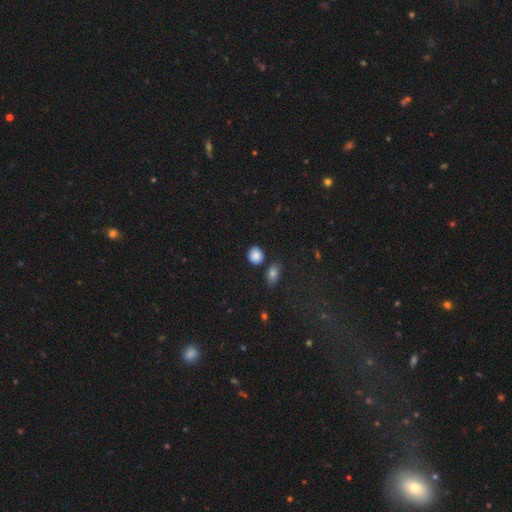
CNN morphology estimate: smooth_or_featured: smooth (p=0.86) [alt: star or artifact p=0.09]
how_rounded: round (p=0.69) [alt: in between p=0.29]
merging: none (p=0.80) [alt: minor disturbance p=0.11]